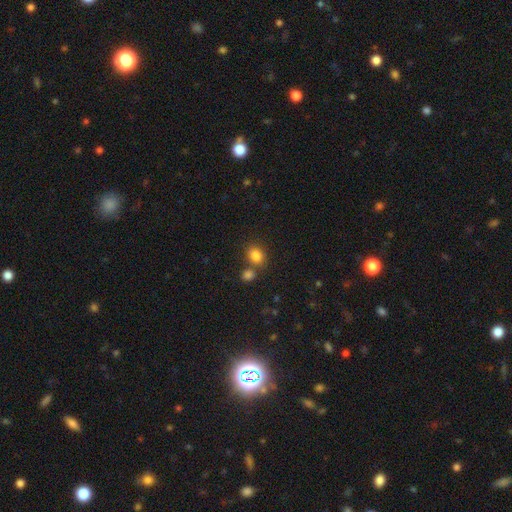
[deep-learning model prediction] smooth-or-featured: smooth: 84% | star or artifact: 11% | featured or disk: 5%
  how-rounded: in between: 53% | round: 46% | cigar-shaped: 1%
  merging: none: 63% | merger: 23% | minor disturbance: 11% | major disturbance: 4%